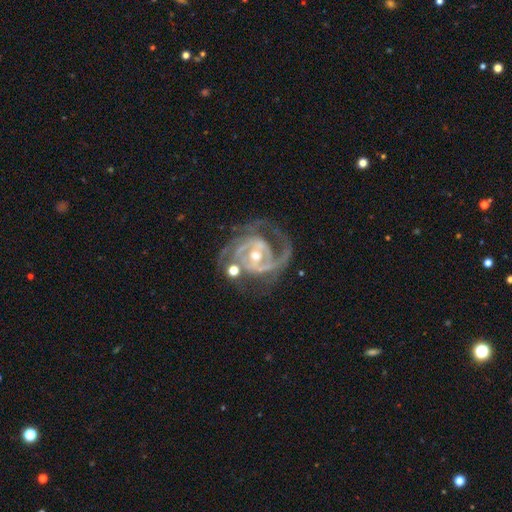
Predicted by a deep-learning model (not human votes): This is clearly a featured or disk galaxy (91%). It is clearly not viewed edge-on (97%). Bar: marginally no (39%). Spiral arm pattern: clearly yes (97%). Spiral arm count: possibly 2 (56%). Spiral winding: possibly tight (50%). Central bulge: likely moderate (62%). Merging: possibly none (58%).